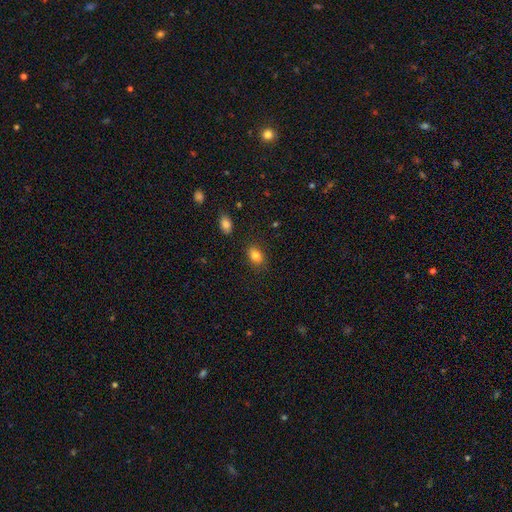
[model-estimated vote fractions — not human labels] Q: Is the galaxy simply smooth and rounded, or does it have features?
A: smooth — 82%.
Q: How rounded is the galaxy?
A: in between — 75%.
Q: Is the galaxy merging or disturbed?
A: none — 84%.